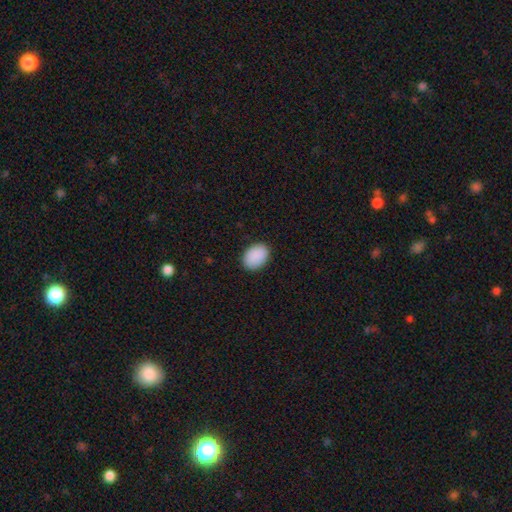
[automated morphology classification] Smooth or featured: smooth — 91% (star or artifact — 7%)
How rounded: in between — 77% (round — 22%)
Merging: none — 89% (minor disturbance — 8%)